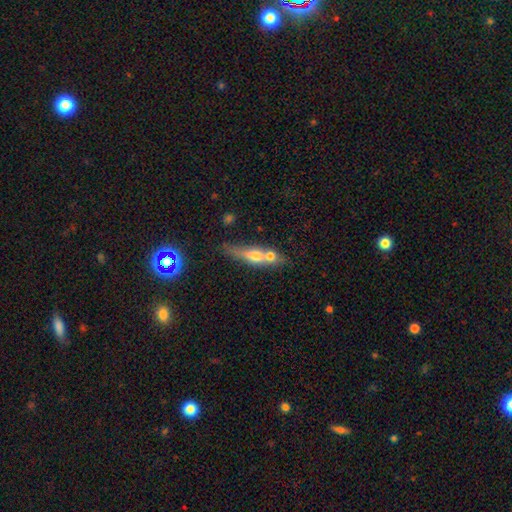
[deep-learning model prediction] This appears to be a smooth galaxy with no disk features (48%). Merging: merger (41%).